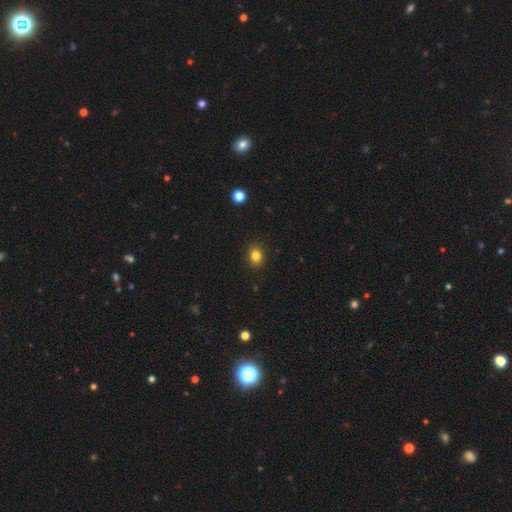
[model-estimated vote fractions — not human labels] smooth 83%, star or artifact 12%, featured or disk 5%. Down the decision tree: how rounded — round (56%); merging — none (90%).